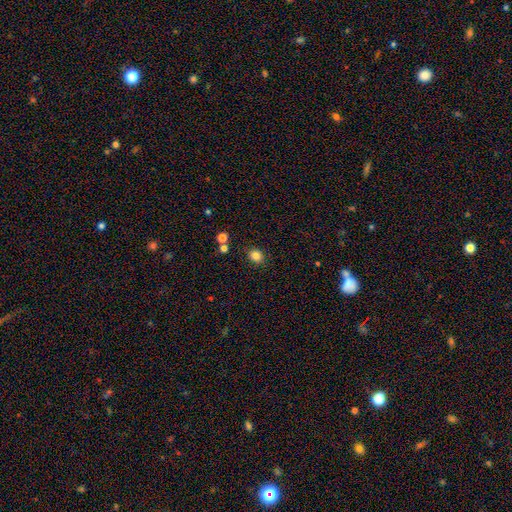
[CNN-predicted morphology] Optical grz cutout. It shows a smooth galaxy with no disk features (82%) that is round (67%). Merging: none (86%).